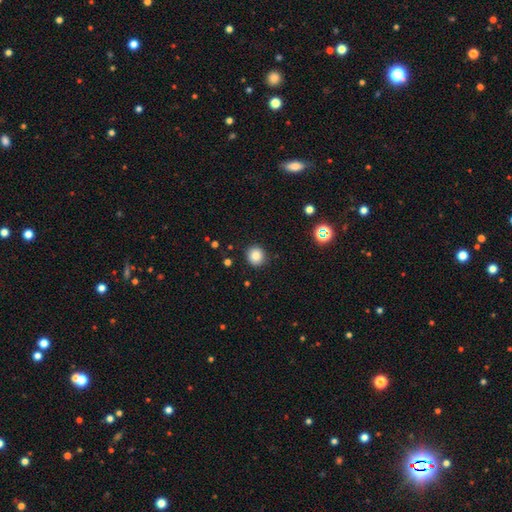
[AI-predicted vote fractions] Smooth or featured? smooth (84%)
How rounded? round (92%)
Merging? none (90%)